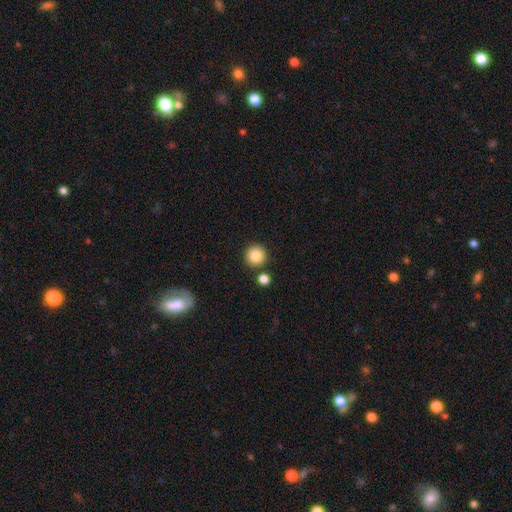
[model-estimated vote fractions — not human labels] Smooth or featured? Predicted: smooth (p=0.85). How rounded? Predicted: round (p=0.94). Merging? Predicted: none (p=0.84).